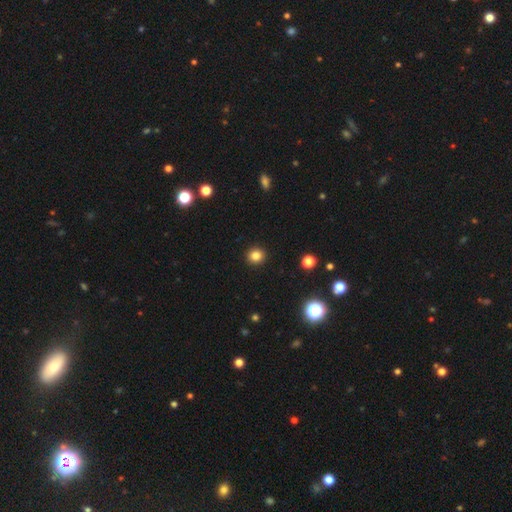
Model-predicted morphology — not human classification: This appears to be a smooth galaxy with no disk features (83%) that is round (89%). Merging: none (93%).